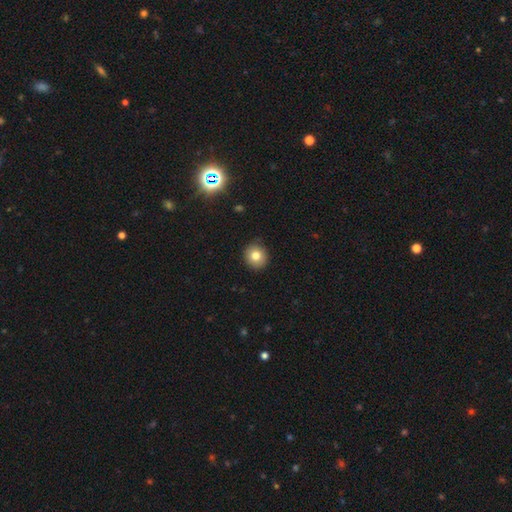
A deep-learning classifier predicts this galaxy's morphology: This is likely a smooth galaxy (79%). How rounded: clearly round (88%). Merging: clearly none (89%).